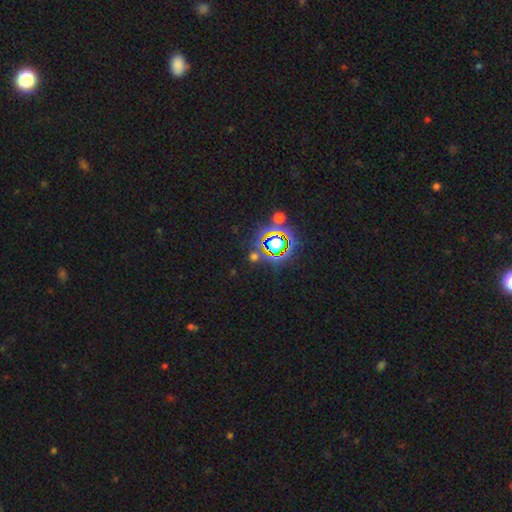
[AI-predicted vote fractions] smooth_or_featured: star or artifact (p=0.72) [alt: smooth p=0.17]